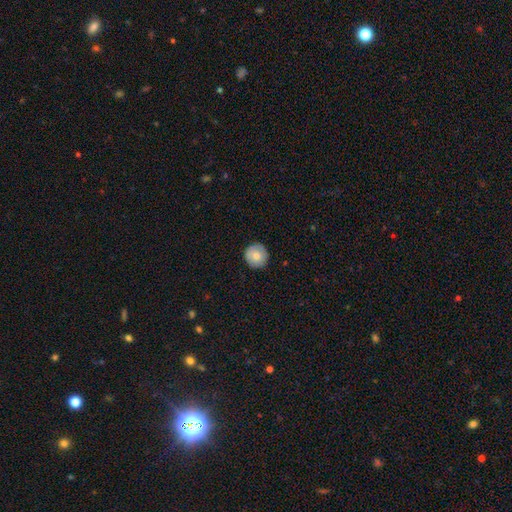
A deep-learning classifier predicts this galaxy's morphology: Overall: smooth (75%). How rounded: round (95%). Merging: none (90%).